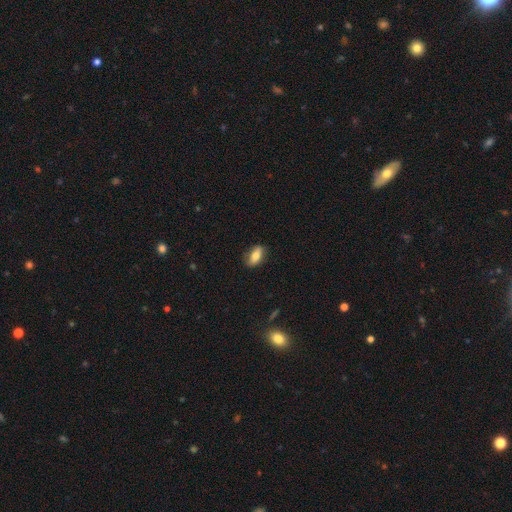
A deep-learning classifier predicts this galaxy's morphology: Smooth or featured? smooth (73%)
How rounded? in between (86%)
Merging? none (78%)